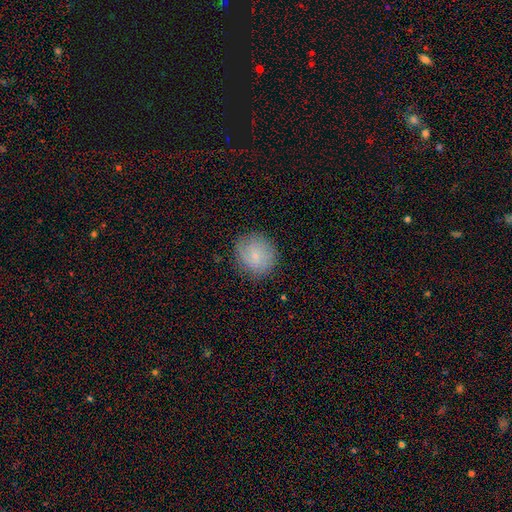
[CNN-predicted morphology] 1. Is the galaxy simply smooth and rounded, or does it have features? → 67% smooth, 24% featured or disk, 8% star or artifact.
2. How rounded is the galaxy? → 86% round, 13% in between, 1% cigar-shaped.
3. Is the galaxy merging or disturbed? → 84% none, 12% minor disturbance, 3% major disturbance, 1% merger.